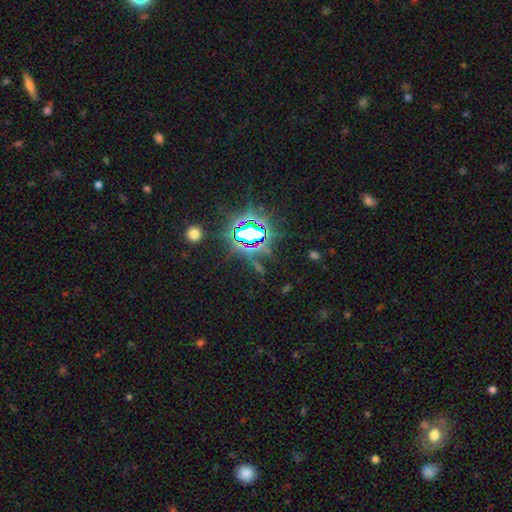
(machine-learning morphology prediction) Q: Smooth or featured?
A: star or artifact (81%); runner-up: smooth (11%)